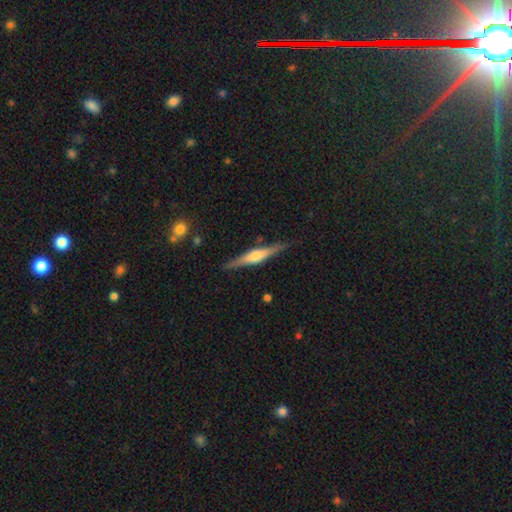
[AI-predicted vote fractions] featured or disk 69%, smooth 25%, star or artifact 6%. Down the decision tree: edge-on disk — yes (97%); edge-on bulge — rounded (82%); merging — none (87%).